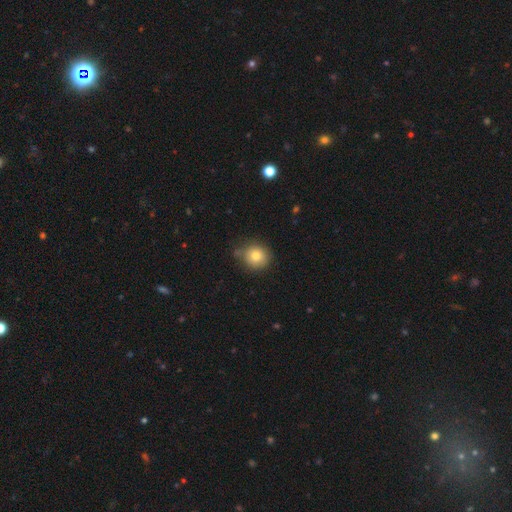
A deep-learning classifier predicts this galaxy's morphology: smooth 81%, star or artifact 10%, featured or disk 9%. Down the decision tree: how rounded — round (87%); merging — none (73%).